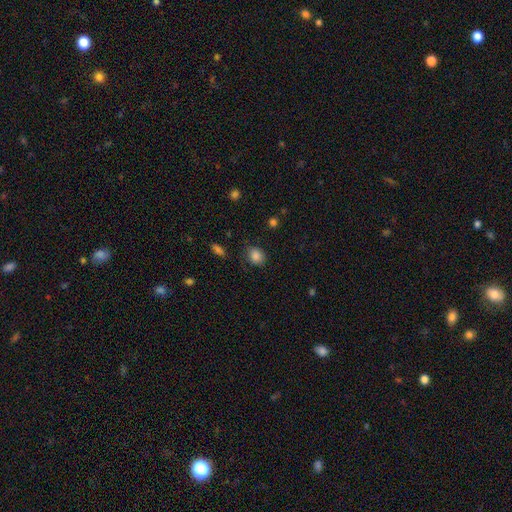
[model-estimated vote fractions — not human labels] smooth-or-featured: smooth: 85% | star or artifact: 10% | featured or disk: 4%
  how-rounded: round: 62% | in between: 37% | cigar-shaped: 1%
  merging: none: 79% | minor disturbance: 16% | major disturbance: 4% | merger: 1%